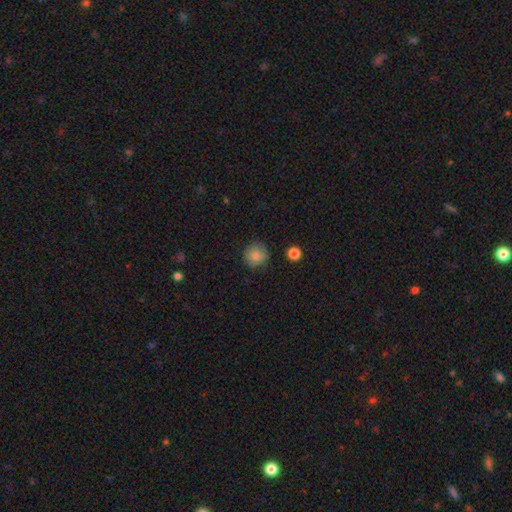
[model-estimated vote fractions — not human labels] The model was most divided on "merging": none: 82%, minor disturbance: 13%, major disturbance: 3%, merger: 2%. More confident: how rounded — round (92%); smooth or featured — smooth (84%).